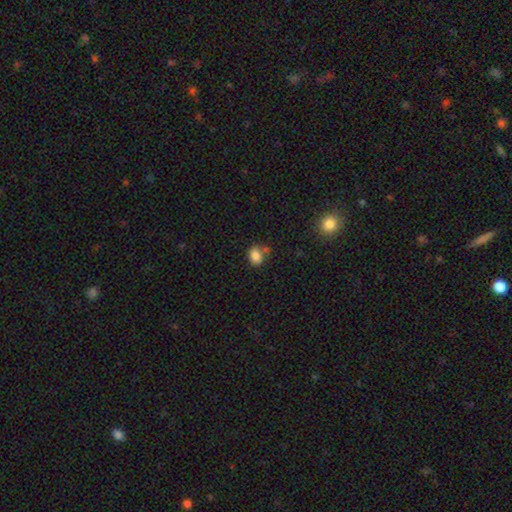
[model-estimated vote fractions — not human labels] Smooth or featured: smooth — 84% (star or artifact — 10%)
How rounded: in between — 64% (round — 35%)
Merging: none — 61% (merger — 17%)